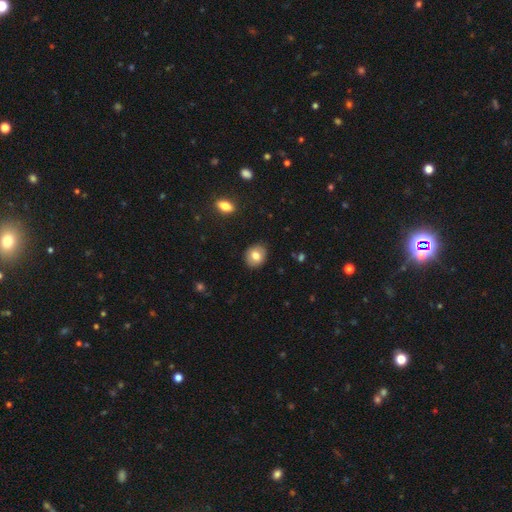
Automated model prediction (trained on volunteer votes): Smooth or featured? smooth (78%)
How rounded? round (67%)
Merging? none (88%)